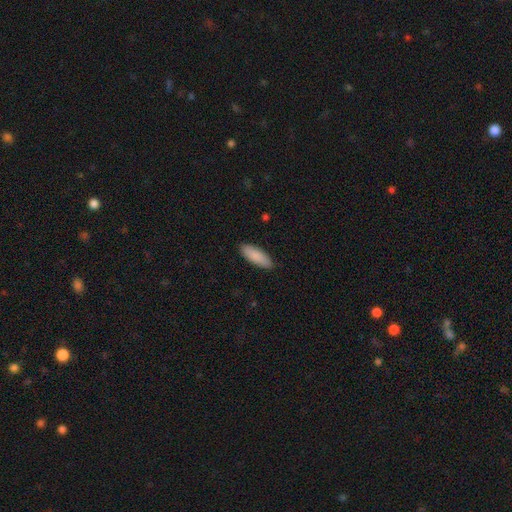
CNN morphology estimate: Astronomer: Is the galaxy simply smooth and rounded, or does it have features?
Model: smooth — 89%.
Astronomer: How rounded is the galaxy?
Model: in between — 65%.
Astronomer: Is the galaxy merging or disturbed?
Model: none — 89%.